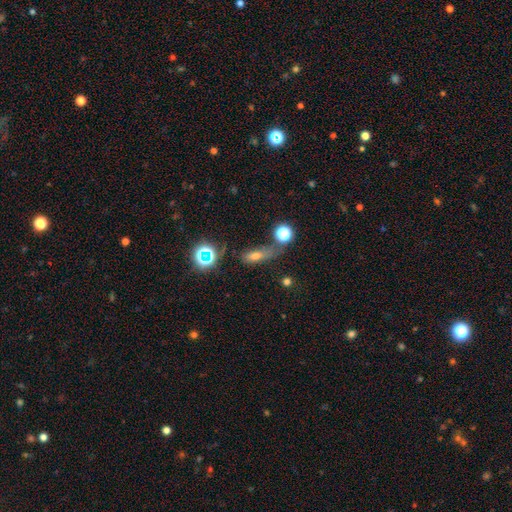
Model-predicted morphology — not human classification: smooth-or-featured: smooth: 49% | star or artifact: 26% | featured or disk: 25%
  merging: none: 54% | minor disturbance: 20% | major disturbance: 14% | merger: 13%